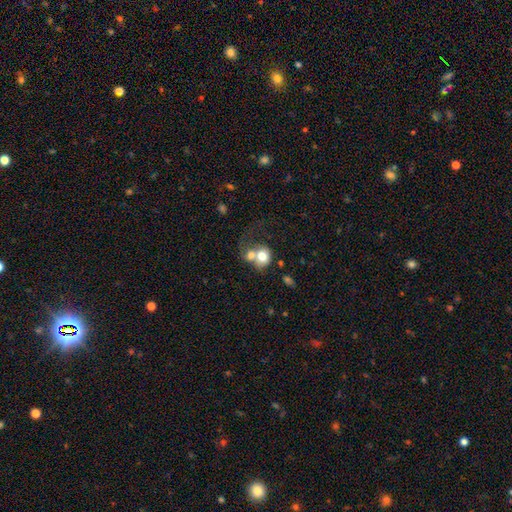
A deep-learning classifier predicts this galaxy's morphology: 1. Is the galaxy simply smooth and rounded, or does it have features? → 69% smooth, 22% featured or disk, 9% star or artifact.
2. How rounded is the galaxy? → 67% round, 32% in between, 1% cigar-shaped.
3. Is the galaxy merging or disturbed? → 64% merger, 18% none, 10% major disturbance, 7% minor disturbance.